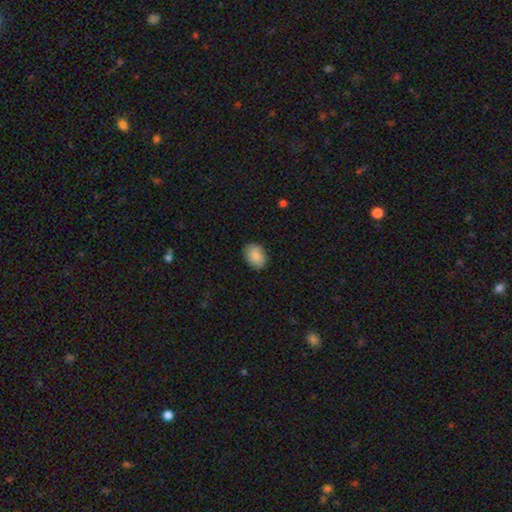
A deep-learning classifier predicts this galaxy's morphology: This is clearly a smooth galaxy (87%). How rounded: likely in between (76%). Merging: clearly none (86%).